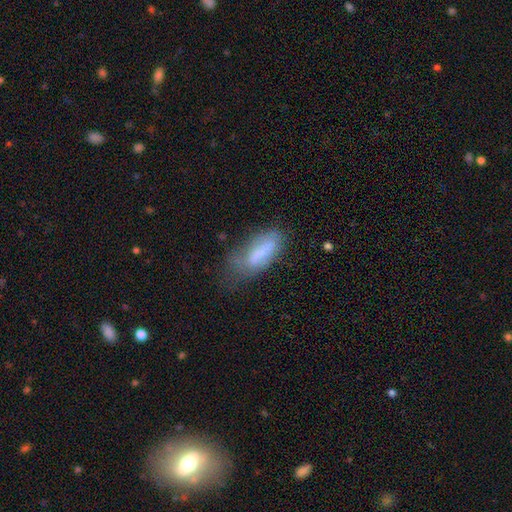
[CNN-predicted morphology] type=smooth (64%); roundness=in between (69%); merging=none (39%).